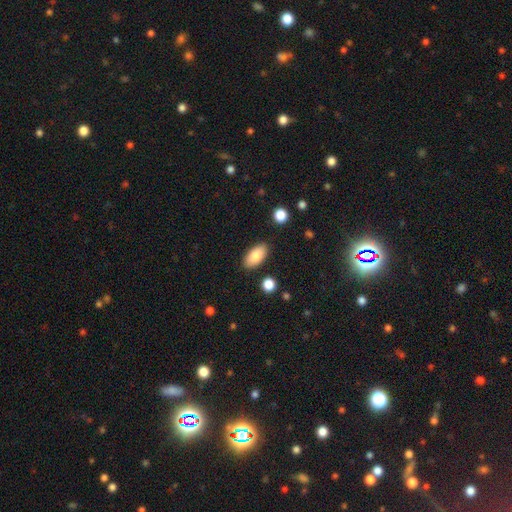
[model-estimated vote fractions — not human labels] This appears to be a smooth galaxy with no disk features (85%) that is in between round and cigar-shaped (93%). Merging: none (86%).